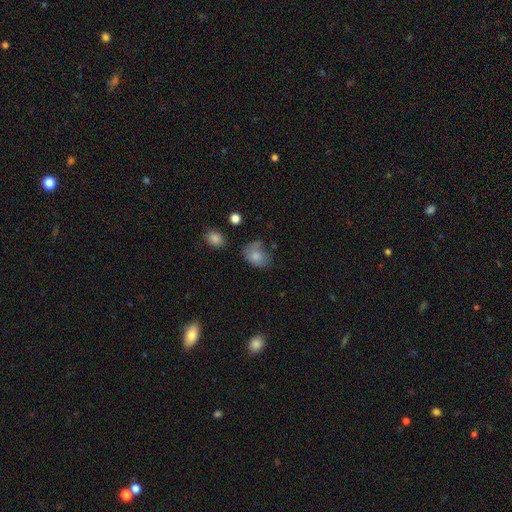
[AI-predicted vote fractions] A smooth galaxy with no disk features (76%) that is in between round and cigar-shaped (62%).

Vote fractions:
- Smooth or featured? smooth: 76% / featured or disk: 14% / star or artifact: 10%
- How rounded? in between: 62% / round: 37% / cigar-shaped: 1%
- Merging? none: 46% / minor disturbance: 32% / major disturbance: 15% / merger: 7%